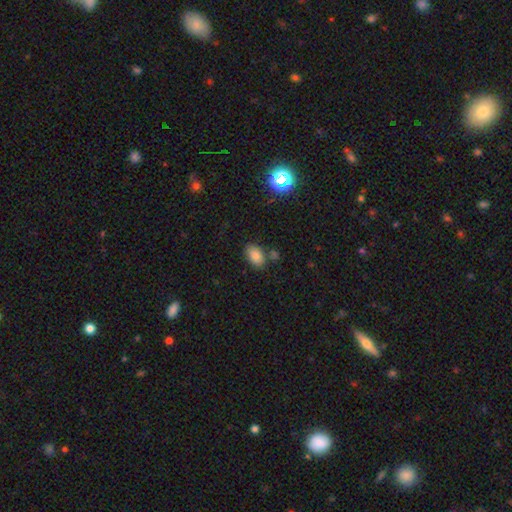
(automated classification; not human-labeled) smooth-or-featured: smooth: 84% | star or artifact: 10% | featured or disk: 7%
  how-rounded: in between: 90% | round: 9% | cigar-shaped: 1%
  merging: none: 72% | minor disturbance: 13% | merger: 11% | major disturbance: 4%